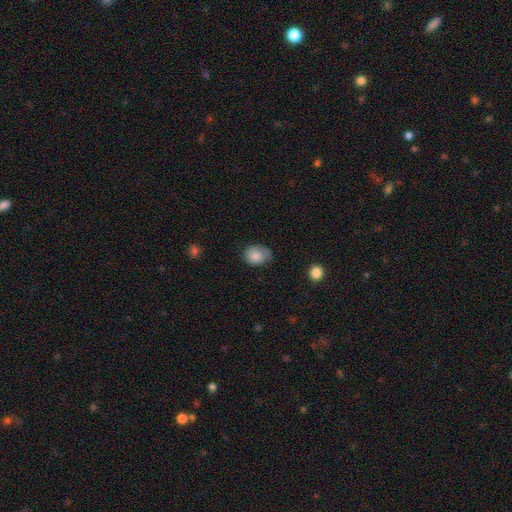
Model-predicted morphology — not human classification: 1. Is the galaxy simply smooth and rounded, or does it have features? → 82% smooth, 11% featured or disk, 8% star or artifact.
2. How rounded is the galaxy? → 58% in between, 41% round, 1% cigar-shaped.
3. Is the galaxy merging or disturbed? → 61% none, 30% minor disturbance, 8% major disturbance, 2% merger.